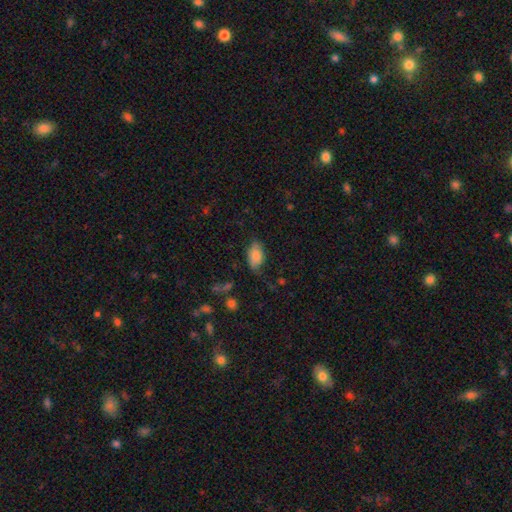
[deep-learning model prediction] smooth-or-featured: smooth: 80% | featured or disk: 13% | star or artifact: 7%
  how-rounded: in between: 93% | round: 5% | cigar-shaped: 2%
  merging: none: 65% | minor disturbance: 26% | major disturbance: 7% | merger: 2%